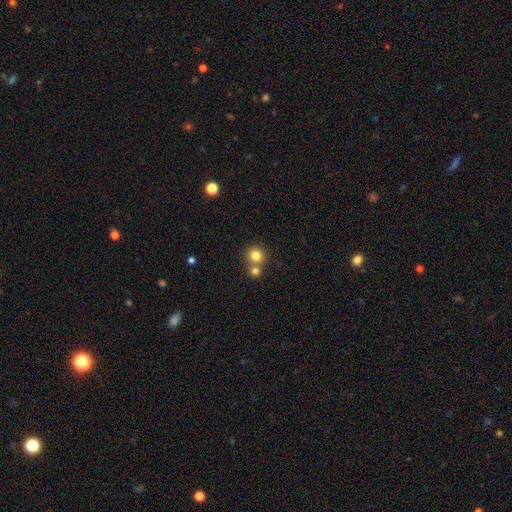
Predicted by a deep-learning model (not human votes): This appears to be a smooth galaxy with no disk features (81%) that is round (89%). Merging: none (53%).